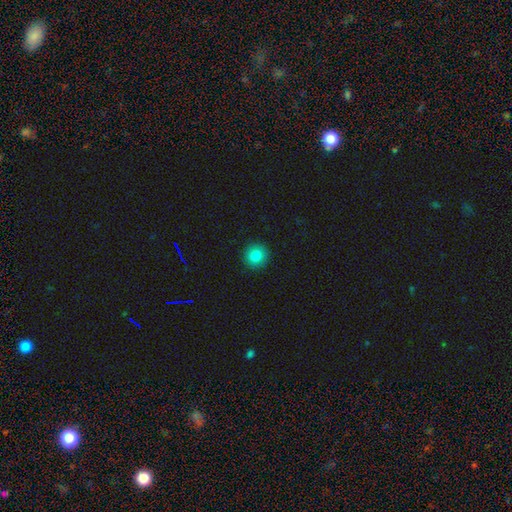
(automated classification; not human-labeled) smooth-or-featured: smooth: 82% | star or artifact: 11% | featured or disk: 7%
  how-rounded: round: 93% | in between: 6% | cigar-shaped: 1%
  merging: none: 92% | minor disturbance: 5% | major disturbance: 2% | merger: 1%